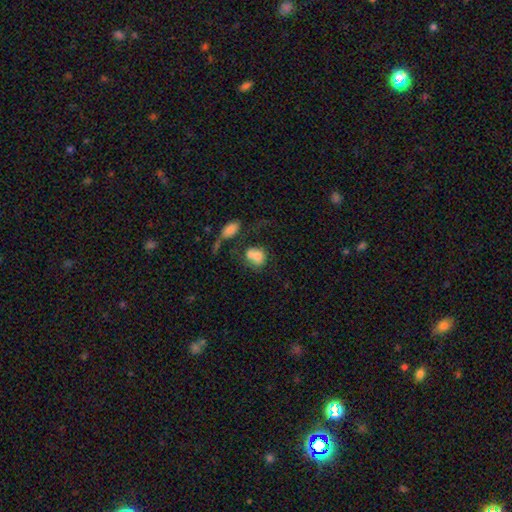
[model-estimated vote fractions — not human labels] Overall: smooth (71%). How rounded: round (52%; in between 47%). Merging: merger (52%; none 25%).